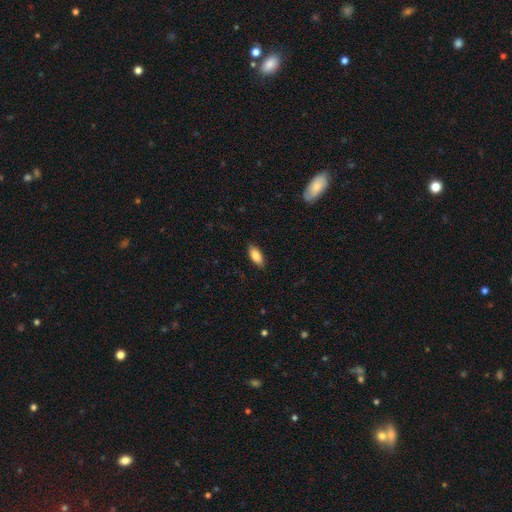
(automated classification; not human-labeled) A smooth galaxy with no disk features (85%) that is in between round and cigar-shaped (86%). Merging: none (85%).